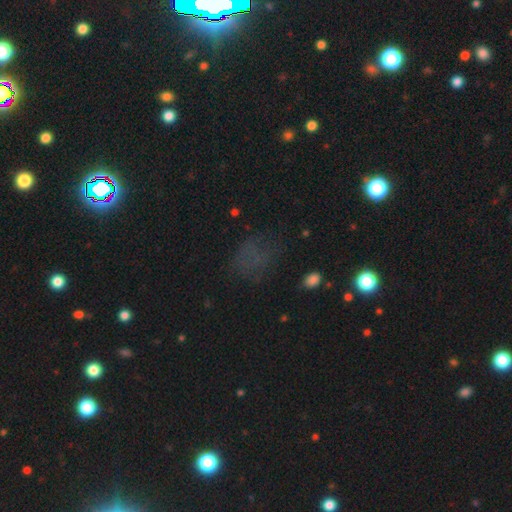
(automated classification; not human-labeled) This appears to be a smooth galaxy with no disk features (45%). Merging: none (62%).